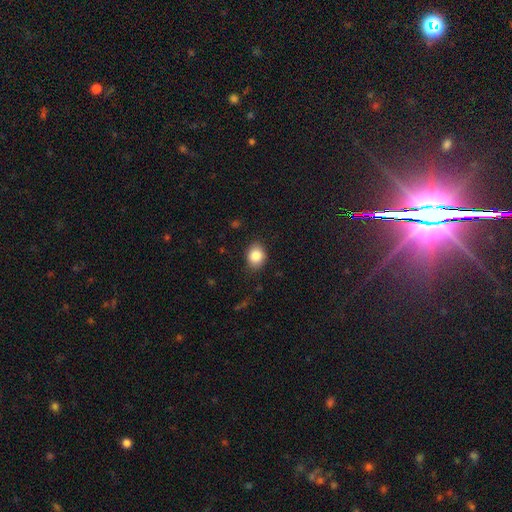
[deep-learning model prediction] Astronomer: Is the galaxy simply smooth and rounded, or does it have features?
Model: smooth — 86%.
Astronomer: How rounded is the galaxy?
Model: in between — 57% (runner-up: round, 42%).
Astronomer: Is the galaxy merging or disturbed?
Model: none — 85%.